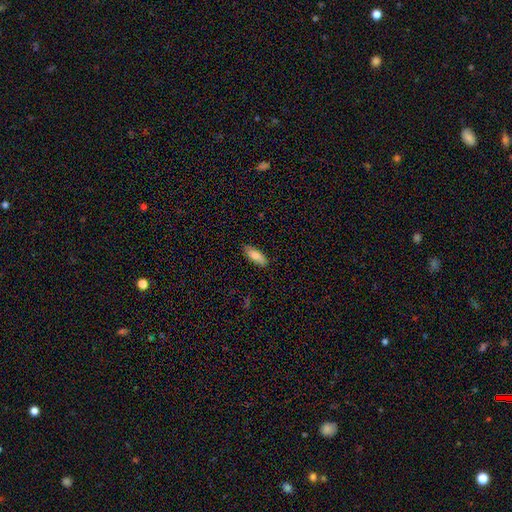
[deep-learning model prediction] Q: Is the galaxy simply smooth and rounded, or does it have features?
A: smooth — 83%.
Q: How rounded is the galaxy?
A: in between — 72%.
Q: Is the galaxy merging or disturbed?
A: none — 82%.